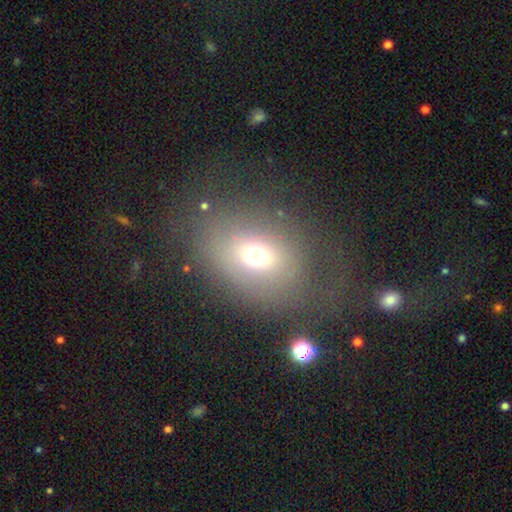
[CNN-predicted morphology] The model was most divided on "how rounded": in between: 50%, round: 48%, cigar-shaped: 2%. More confident: smooth or featured — smooth (64%); merging — none (63%).